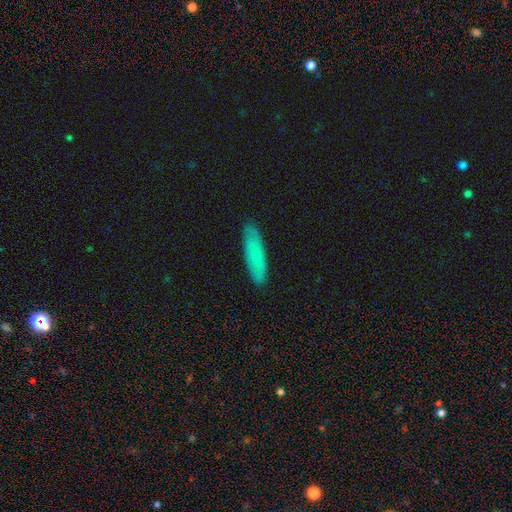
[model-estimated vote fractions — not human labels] Overall: smooth (71%). How rounded: cigar-shaped (69%). Merging: none (88%).